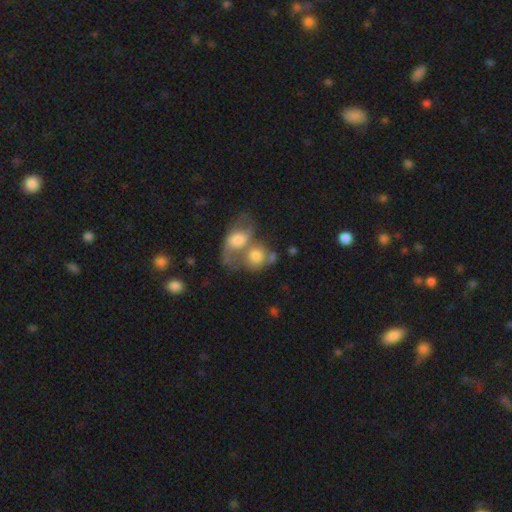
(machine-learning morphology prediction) Smooth or featured?
  - smooth: 63% *
  - featured or disk: 29%
  - star or artifact: 9%
How rounded?
  - round: 56% *
  - in between: 43%
  - cigar-shaped: 2%
Merging?
  - merger: 64% *
  - none: 19%
  - major disturbance: 8%
  - minor disturbance: 8%